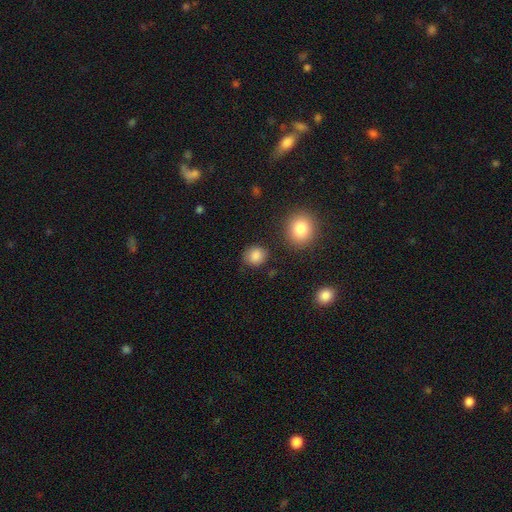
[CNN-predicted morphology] smooth-or-featured: smooth: 87% | star or artifact: 9% | featured or disk: 4%
  how-rounded: round: 81% | in between: 18% | cigar-shaped: 1%
  merging: none: 84% | minor disturbance: 10% | major disturbance: 3% | merger: 3%